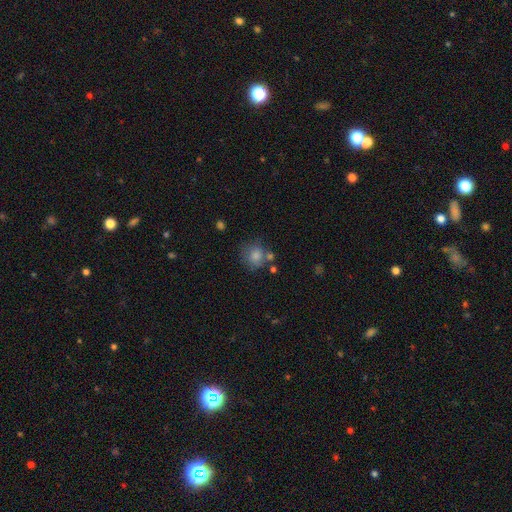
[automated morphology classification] A smooth galaxy with no disk features (79%) that is round (79%). Merging: none (58%).